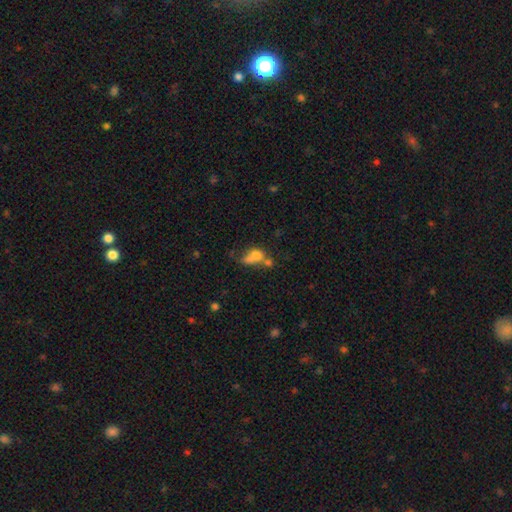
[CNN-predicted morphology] Smooth or featured? smooth (67%)
How rounded? in between (54%)
Merging? merger (52%)